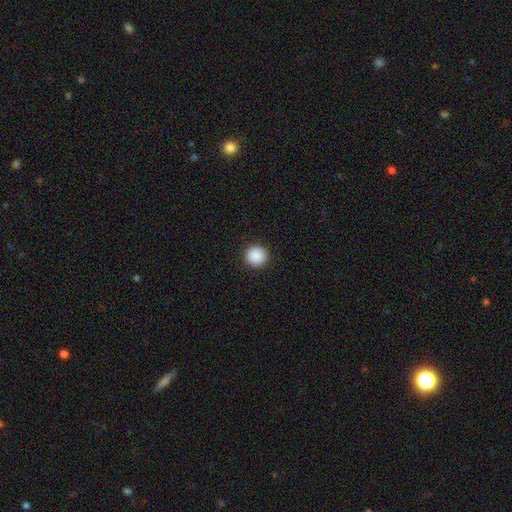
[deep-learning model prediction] This is clearly a smooth galaxy (89%). How rounded: clearly round (94%). Merging: clearly none (92%).